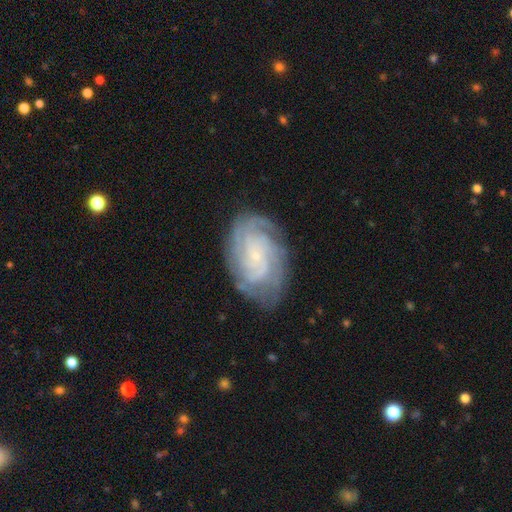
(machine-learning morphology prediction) Q: Smooth or featured?
A: featured or disk (84%); runner-up: smooth (9%)
Q: Edge-on disk?
A: no (97%); runner-up: yes (3%)
Q: Bar?
A: no (71%); runner-up: weak (24%)
Q: Spiral arms?
A: yes (97%); runner-up: no (3%)
Q: Spiral winding?
A: tight (71%); runner-up: medium (24%)
Q: Spiral arm count?
A: can't tell (27%); runner-up: 4 (25%)
Q: Bulge size?
A: small (84%); runner-up: moderate (9%)
Q: Merging?
A: none (77%); runner-up: minor disturbance (16%)